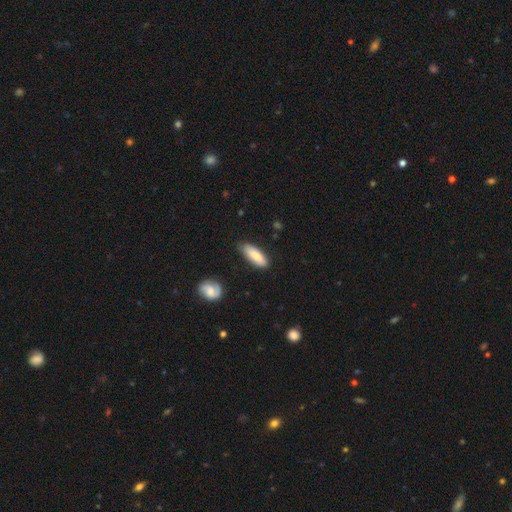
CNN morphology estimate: Overall: smooth (81%). How rounded: in between (58%; cigar-shaped 40%). Merging: none (78%).